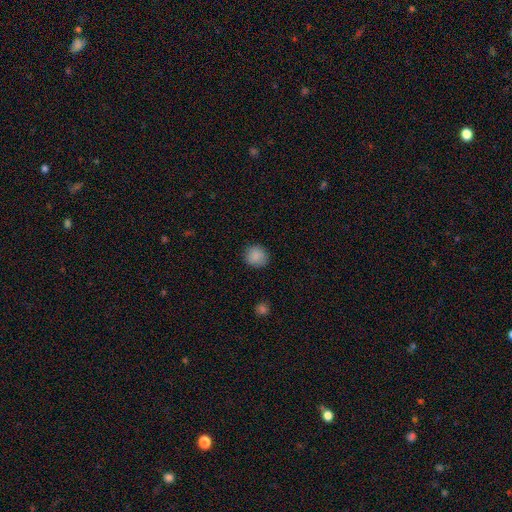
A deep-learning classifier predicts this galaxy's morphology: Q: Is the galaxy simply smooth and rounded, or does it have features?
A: smooth — 88%.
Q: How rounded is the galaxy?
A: round — 89%.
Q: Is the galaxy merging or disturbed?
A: none — 89%.